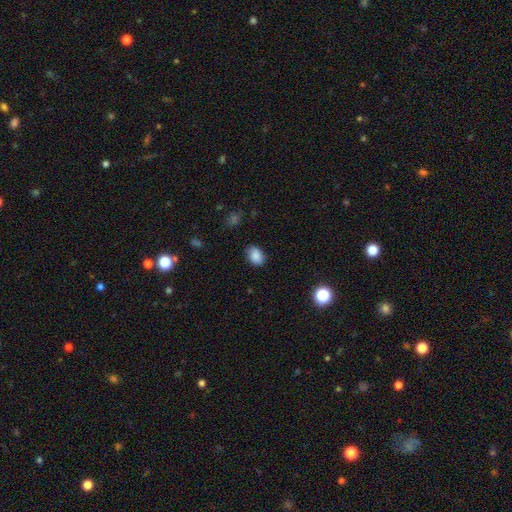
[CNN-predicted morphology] smooth 86%, star or artifact 8%, featured or disk 5%. Down the decision tree: how rounded — in between (77%); merging — none (81%).